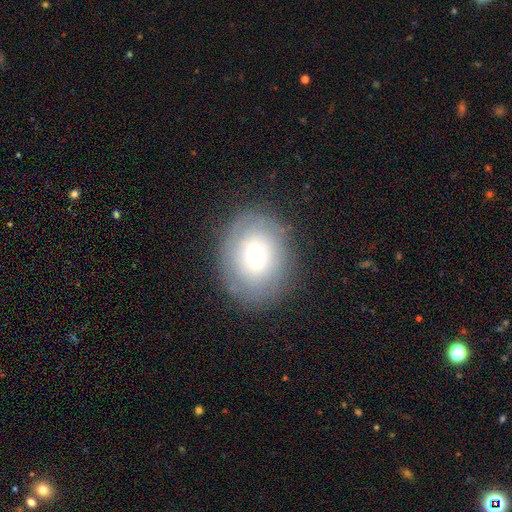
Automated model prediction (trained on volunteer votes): smooth-or-featured: smooth: 48% | featured or disk: 41% | star or artifact: 11%
  merging: none: 80% | minor disturbance: 13% | major disturbance: 6% | merger: 1%